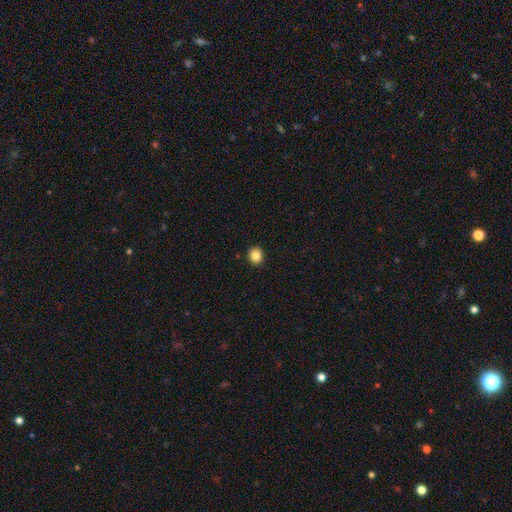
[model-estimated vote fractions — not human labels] This is clearly a smooth galaxy (85%). How rounded: clearly round (81%). Merging: clearly none (92%).